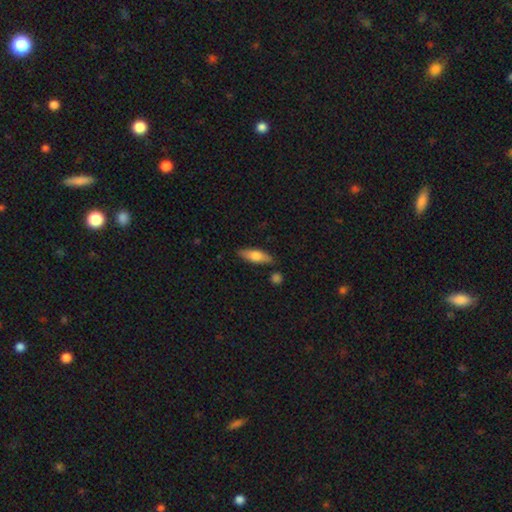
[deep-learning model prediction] Morphology: type=smooth (66%); roundness=in between (57%); merging=none (81%).